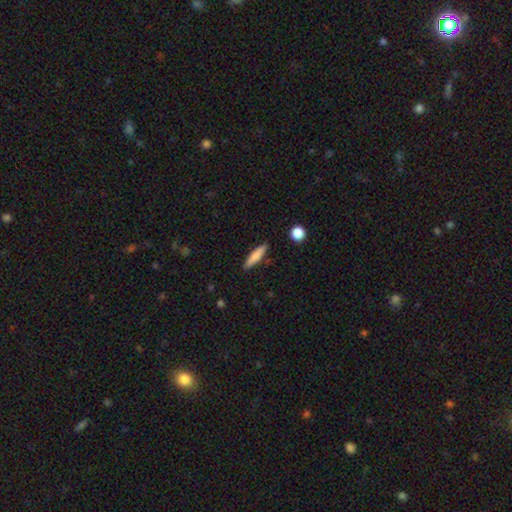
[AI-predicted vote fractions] smooth_or_featured: smooth (p=0.76) [alt: featured or disk p=0.18]
how_rounded: cigar-shaped (p=0.83) [alt: in between p=0.15]
merging: none (p=0.89) [alt: minor disturbance p=0.08]